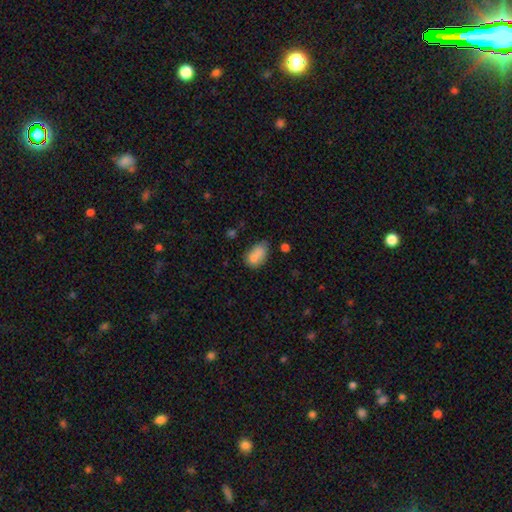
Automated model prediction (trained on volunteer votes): Morphology: type=smooth (76%); roundness=in between (82%); merging=none (37%).